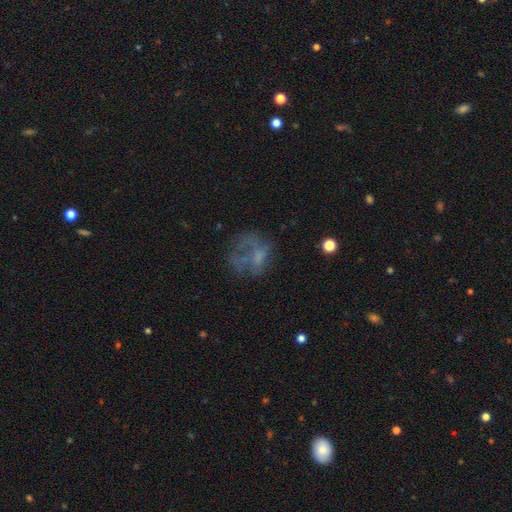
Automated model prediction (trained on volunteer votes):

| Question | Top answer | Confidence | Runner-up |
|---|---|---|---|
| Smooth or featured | featured or disk | 45% | smooth (38%) |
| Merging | none | 40% | major disturbance (38%) |